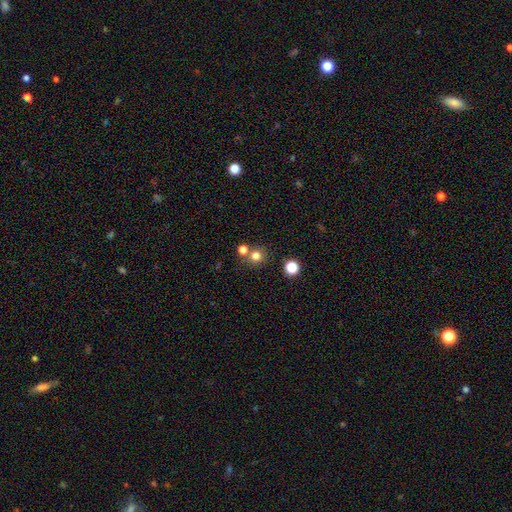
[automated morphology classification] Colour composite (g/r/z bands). It shows a smooth galaxy with no disk features (77%) that is round (91%). Merging: none (71%).